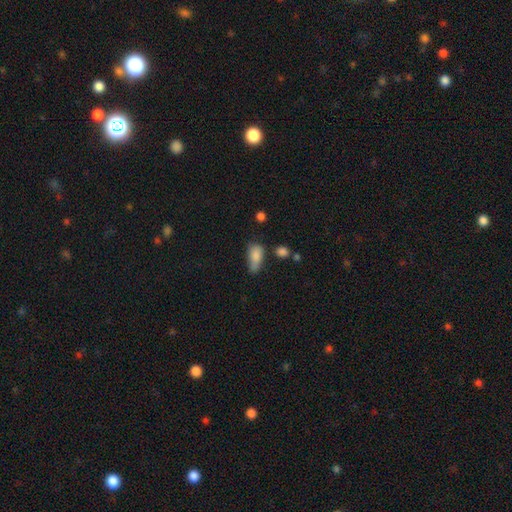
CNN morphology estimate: The model was most divided on "merging" (2-way tie): minor disturbance: 38%, none: 38%, major disturbance: 15%, merger: 8%. More confident: how rounded — in between (85%); smooth or featured — smooth (82%).